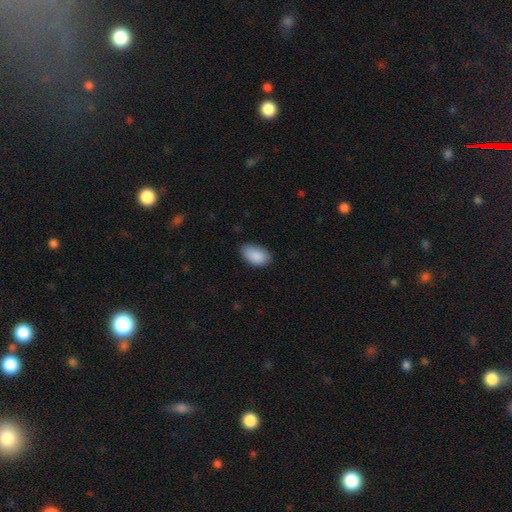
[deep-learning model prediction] Q: Smooth or featured?
A: smooth (90%); runner-up: star or artifact (6%)
Q: How rounded?
A: in between (93%); runner-up: round (5%)
Q: Merging?
A: none (80%); runner-up: minor disturbance (16%)